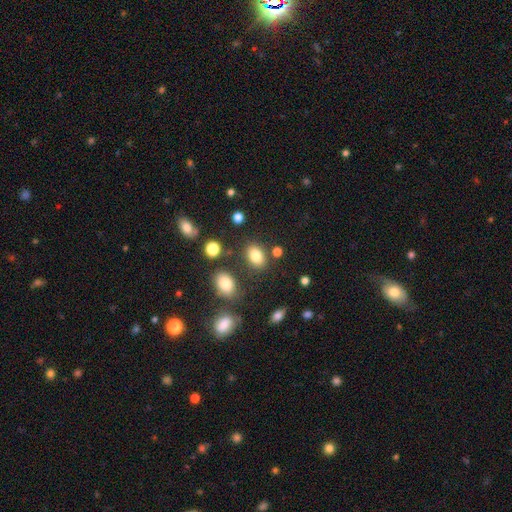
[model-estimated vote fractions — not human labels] smooth-or-featured: smooth: 81% | star or artifact: 11% | featured or disk: 8%
  how-rounded: in between: 80% | round: 19% | cigar-shaped: 1%
  merging: none: 78% | minor disturbance: 12% | merger: 6% | major disturbance: 4%